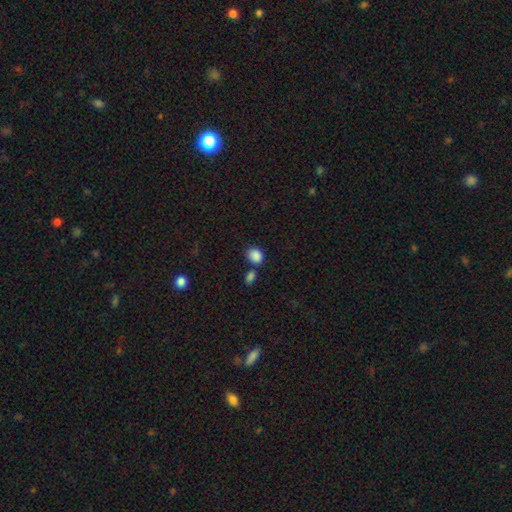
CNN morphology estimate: type=smooth (87%); roundness=in between (62%); merging=none (60%).